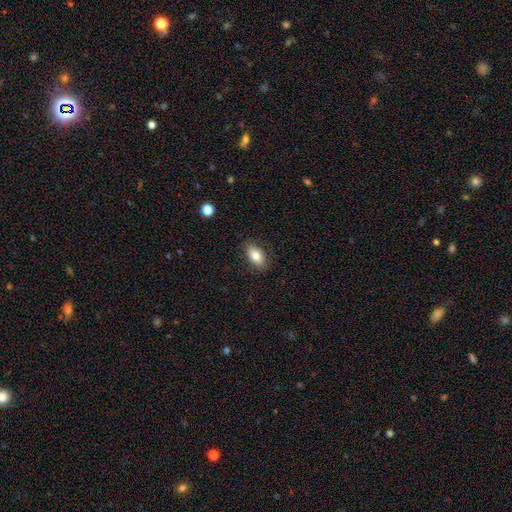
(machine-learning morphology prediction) Overall: smooth (79%). How rounded: in between (89%). Merging: none (84%).